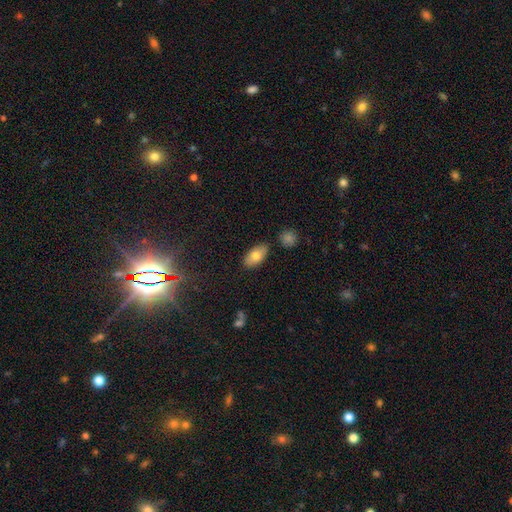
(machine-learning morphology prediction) Smooth or featured: smooth — 78% (featured or disk — 15%)
How rounded: in between — 92% (cigar-shaped — 4%)
Merging: none — 82% (minor disturbance — 12%)